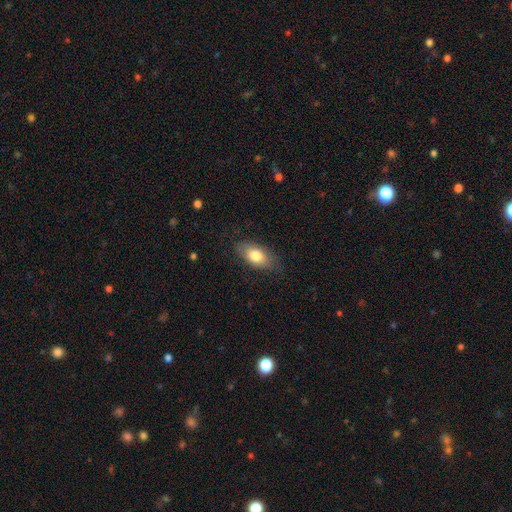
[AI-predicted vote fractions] A smooth galaxy with no disk features (77%) that is in between round and cigar-shaped (89%). Merging: none (77%).